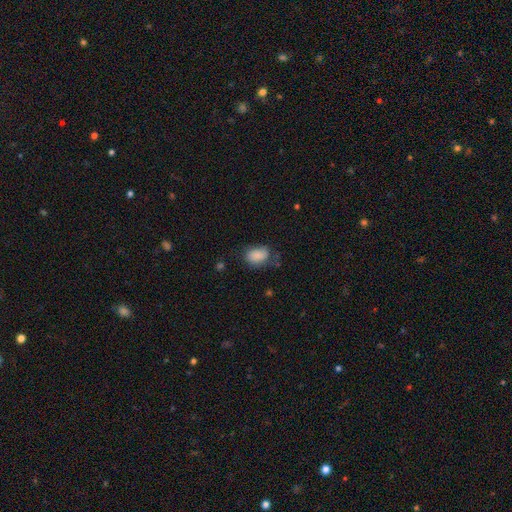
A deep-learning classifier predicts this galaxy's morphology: Smooth or featured?
  - smooth: 83% *
  - featured or disk: 9%
  - star or artifact: 8%
How rounded?
  - in between: 82% *
  - round: 17%
  - cigar-shaped: 1%
Merging?
  - none: 55% *
  - minor disturbance: 30%
  - major disturbance: 12%
  - merger: 3%